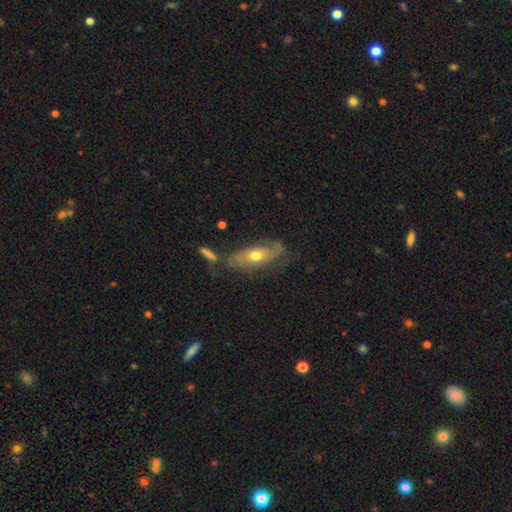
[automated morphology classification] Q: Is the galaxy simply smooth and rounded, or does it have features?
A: featured or disk — 56%.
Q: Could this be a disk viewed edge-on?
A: no — 76%.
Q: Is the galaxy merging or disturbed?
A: none — 59%.